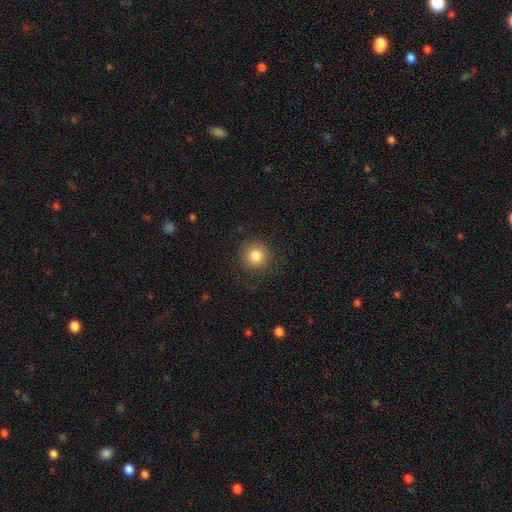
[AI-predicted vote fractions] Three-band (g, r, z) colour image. It shows a smooth galaxy with no disk features (84%) that is round (94%). Merging: none (89%).